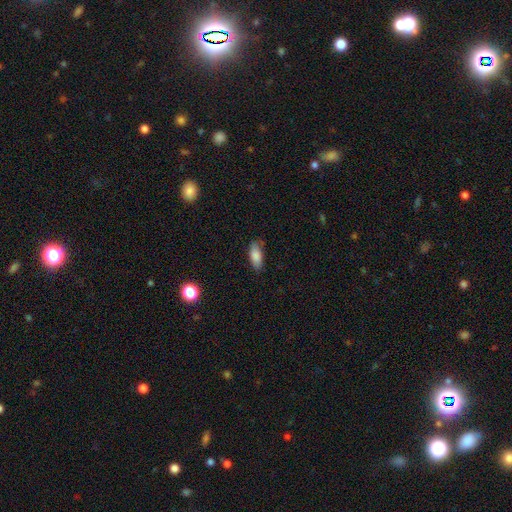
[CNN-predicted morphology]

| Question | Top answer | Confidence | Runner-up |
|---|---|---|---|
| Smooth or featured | smooth | 83% | featured or disk (9%) |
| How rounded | in between | 82% | cigar-shaped (15%) |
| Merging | none | 76% | minor disturbance (18%) |